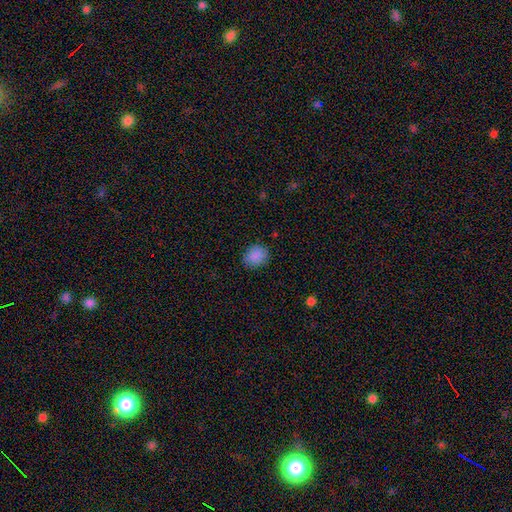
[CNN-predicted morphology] A smooth galaxy with no disk features (87%) that is round (67%).

Vote fractions:
- Smooth or featured? smooth: 87% / star or artifact: 9% / featured or disk: 4%
- How rounded? round: 67% / in between: 32% / cigar-shaped: 1%
- Merging? none: 83% / minor disturbance: 13% / major disturbance: 3% / merger: 1%